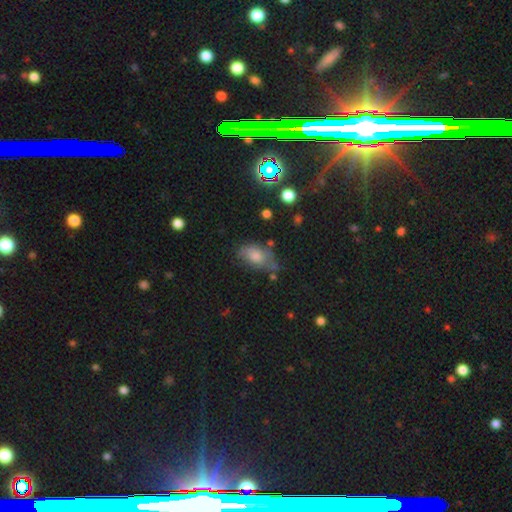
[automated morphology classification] Smooth or featured: smooth — 73% (featured or disk — 18%)
How rounded: in between — 90% (round — 7%)
Merging: none — 47% (minor disturbance — 33%)